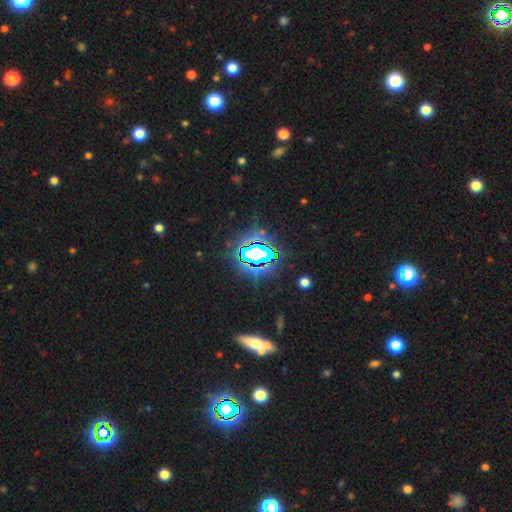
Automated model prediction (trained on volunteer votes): Morphology: type=star or artifact (71%).